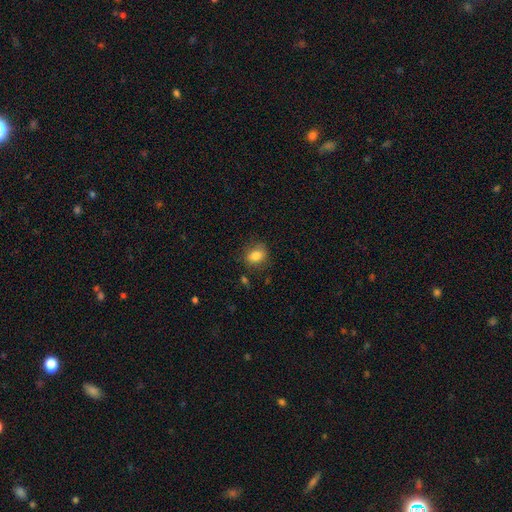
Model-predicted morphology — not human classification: Smooth or featured: smooth — 82% (star or artifact — 10%)
How rounded: in between — 56% (round — 43%)
Merging: none — 77% (minor disturbance — 17%)